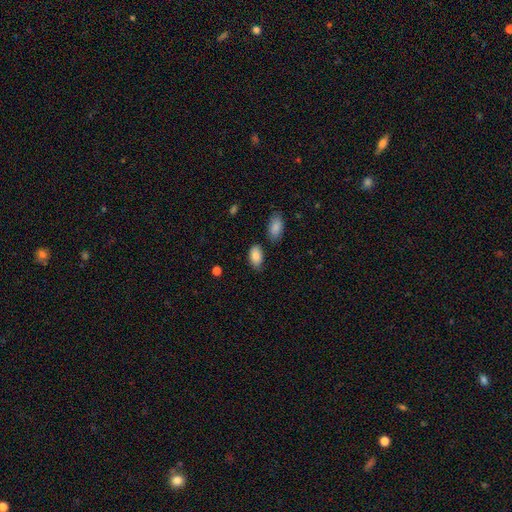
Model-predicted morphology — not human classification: Smooth or featured?
  - smooth: 84% *
  - featured or disk: 9%
  - star or artifact: 7%
How rounded?
  - in between: 93% *
  - round: 6%
  - cigar-shaped: 1%
Merging?
  - none: 71% *
  - minor disturbance: 20%
  - merger: 4%
  - major disturbance: 4%